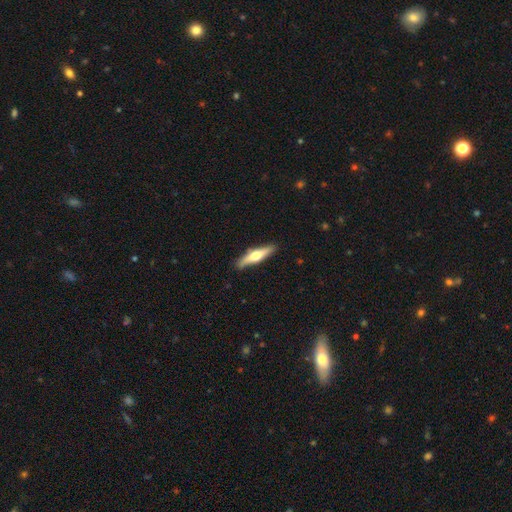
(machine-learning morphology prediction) This is possibly a featured or disk galaxy (56%). It is clearly viewed edge-on (94%). Edge-on bulge: clearly rounded (94%). Merging: clearly none (88%).